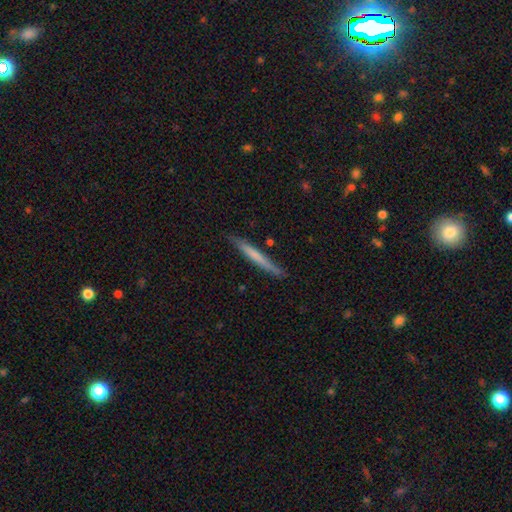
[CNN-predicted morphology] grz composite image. It shows a smooth galaxy with no disk features (59%) that is cigar-shaped (96%). Merging: none (84%).